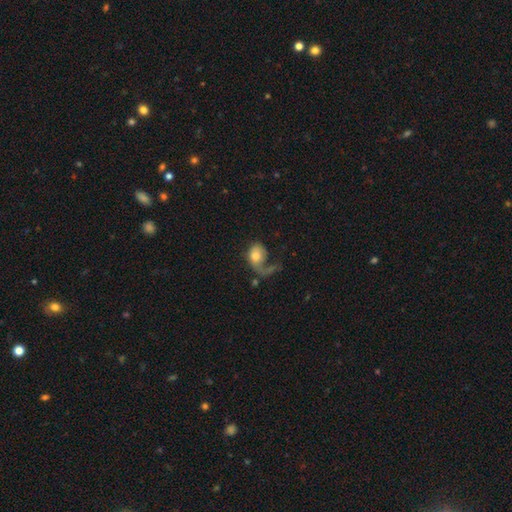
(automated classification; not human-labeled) Smooth or featured?
  - smooth: 49% *
  - featured or disk: 43%
  - star or artifact: 8%
Merging?
  - major disturbance: 56% *
  - none: 22%
  - minor disturbance: 14%
  - merger: 7%